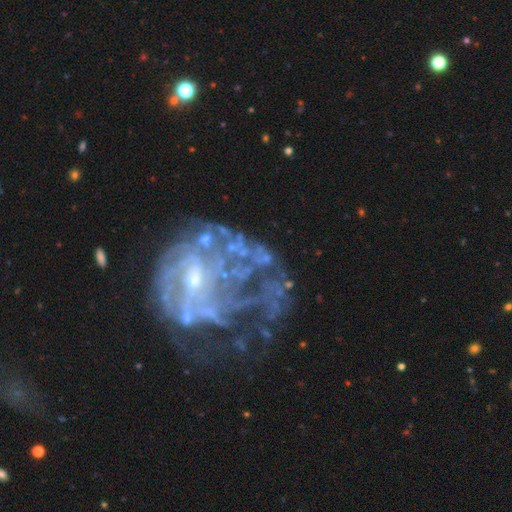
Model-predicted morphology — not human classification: A featured or disk galaxy (80%) with no bar (54%), spiral arms (64%) and a small central bulge (60%). Merging: major disturbance (44%).